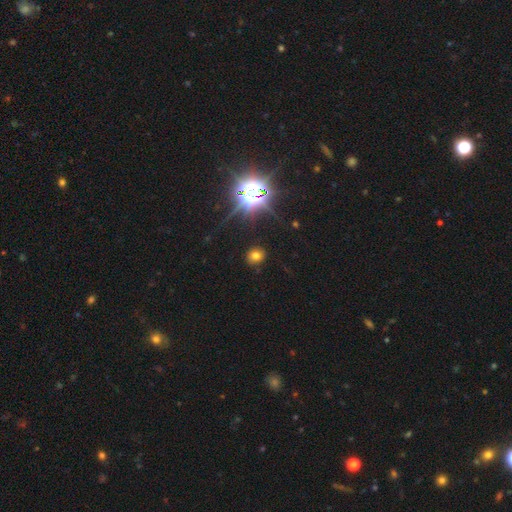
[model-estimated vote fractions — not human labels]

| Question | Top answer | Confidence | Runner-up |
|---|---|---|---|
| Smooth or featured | smooth | 66% | star or artifact (26%) |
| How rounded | round | 75% | in between (24%) |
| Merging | none | 88% | minor disturbance (7%) |